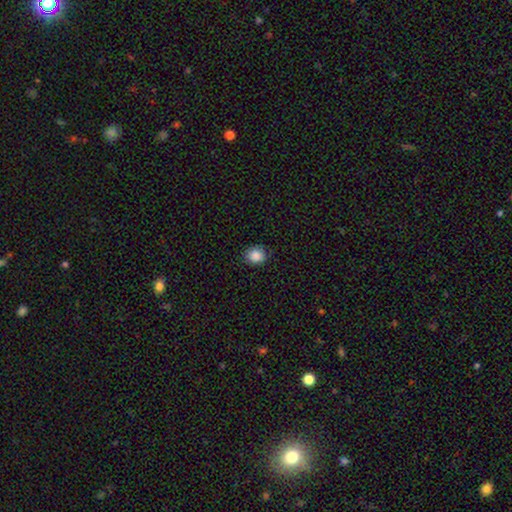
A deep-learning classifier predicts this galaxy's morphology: smooth_or_featured: smooth (p=0.88) [alt: star or artifact p=0.09]
how_rounded: round (p=0.70) [alt: in between p=0.29]
merging: none (p=0.85) [alt: minor disturbance p=0.11]